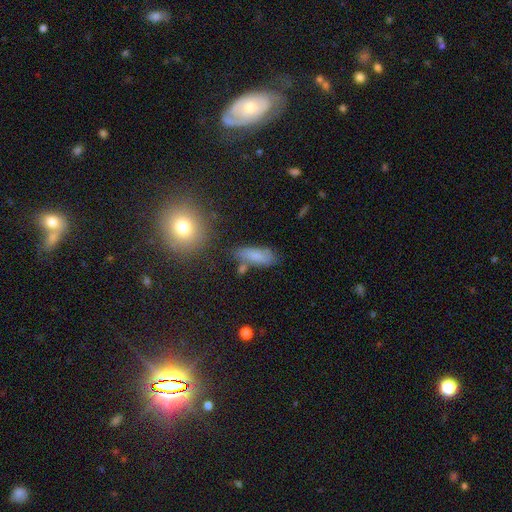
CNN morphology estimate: This is likely a smooth galaxy (76%). How rounded: likely in between (67%). Merging: likely none (66%).